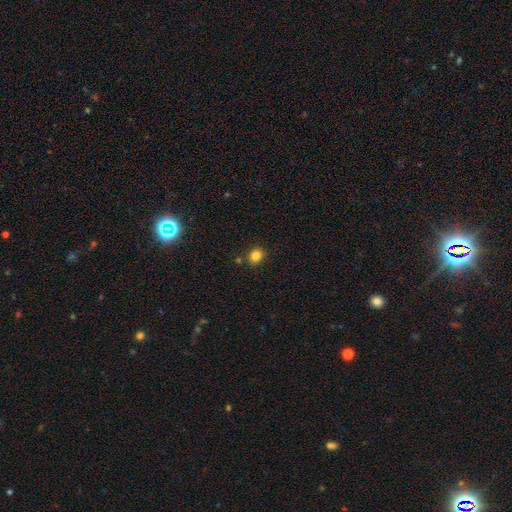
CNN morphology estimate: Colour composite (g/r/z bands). It shows a smooth galaxy with no disk features (83%) that is round (71%). Merging: none (83%).